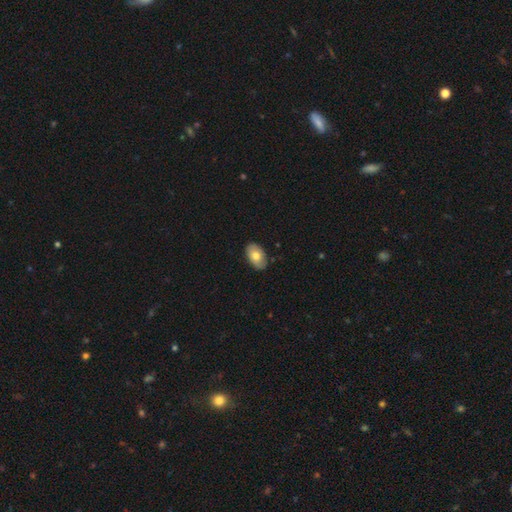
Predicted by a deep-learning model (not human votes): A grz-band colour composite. It shows a smooth galaxy with no disk features (73%) that is in between round and cigar-shaped (93%). Merging: none (85%).